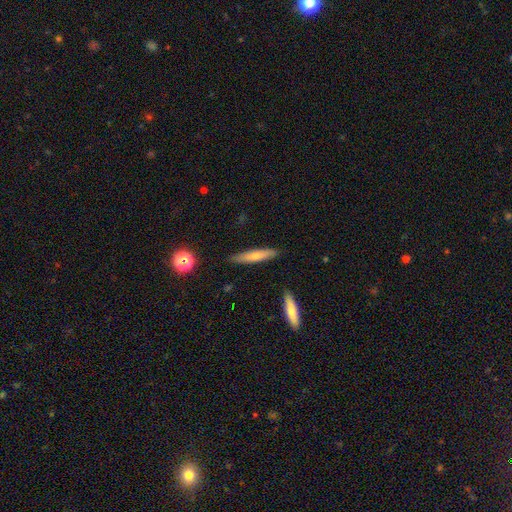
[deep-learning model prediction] The model was most divided on "smooth or featured": smooth: 68%, featured or disk: 26%, star or artifact: 6%. More confident: how rounded — cigar-shaped (88%); merging — none (86%).